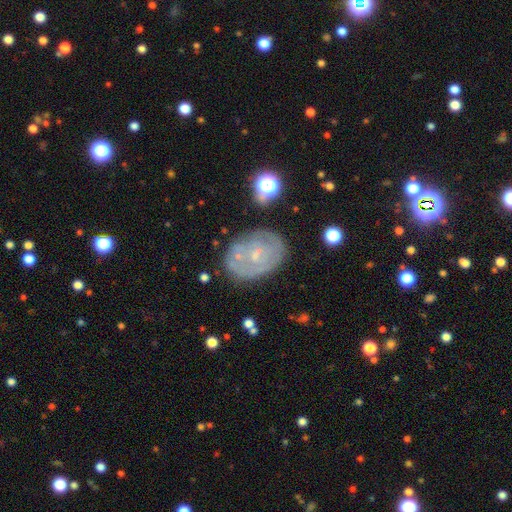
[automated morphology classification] smooth-or-featured: featured or disk: 63% | smooth: 28% | star or artifact: 10%
  disk-edge-on: no: 96% | yes: 4%
    bar: no: 65% | weak: 28% | strong: 7%
    has-spiral-arms: yes: 57% | no: 43%
    bulge-size: small: 73% | moderate: 17% | none: 8% | large: 1% | dominant: 1%
  merging: none: 68% | minor disturbance: 20% | major disturbance: 8% | merger: 4%